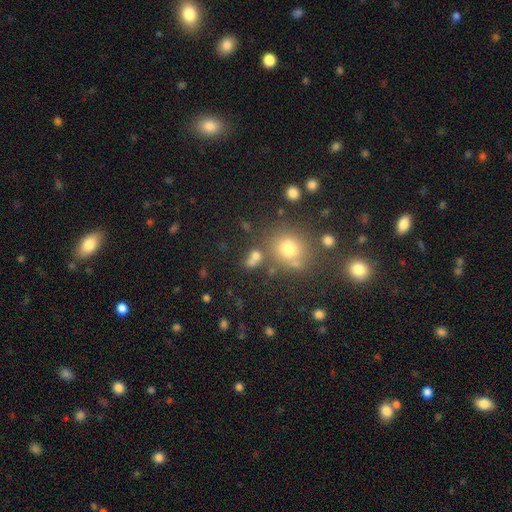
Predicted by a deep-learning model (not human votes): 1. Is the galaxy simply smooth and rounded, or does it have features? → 67% smooth, 21% star or artifact, 12% featured or disk.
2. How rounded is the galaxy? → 52% round, 45% in between, 3% cigar-shaped.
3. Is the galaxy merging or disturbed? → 51% none, 29% merger, 12% minor disturbance, 8% major disturbance.